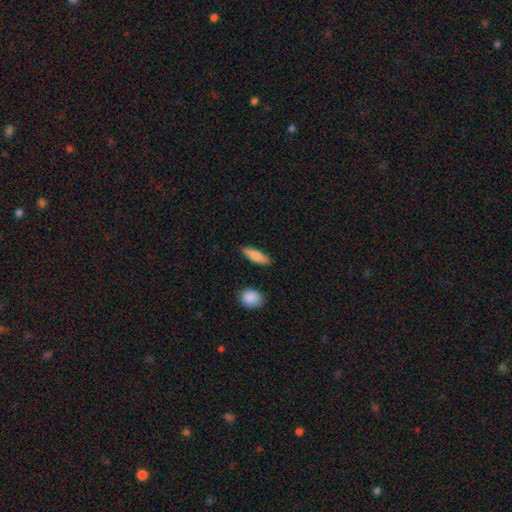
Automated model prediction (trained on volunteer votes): Smooth or featured: smooth — 82% (featured or disk — 12%)
How rounded: in between — 51% (cigar-shaped — 47%)
Merging: none — 85% (minor disturbance — 10%)